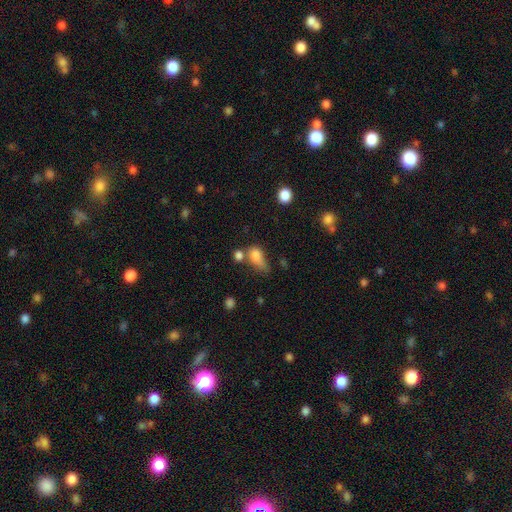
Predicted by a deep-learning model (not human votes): Morphology: type=smooth (78%); roundness=in between (76%); merging=merger (29%).